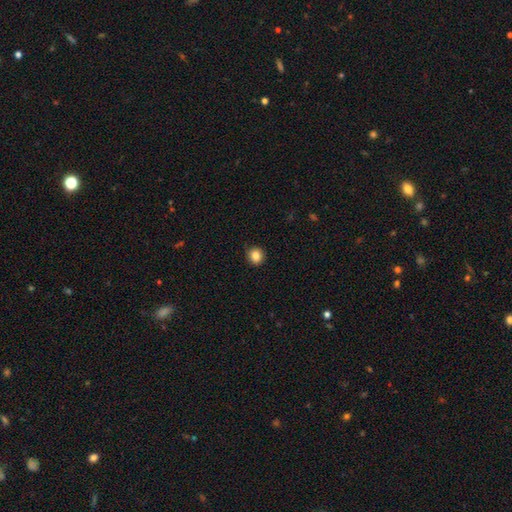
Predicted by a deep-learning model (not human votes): Smooth or featured? Predicted: smooth (p=0.84). How rounded? Predicted: round (p=0.88). Merging? Predicted: none (p=0.90).